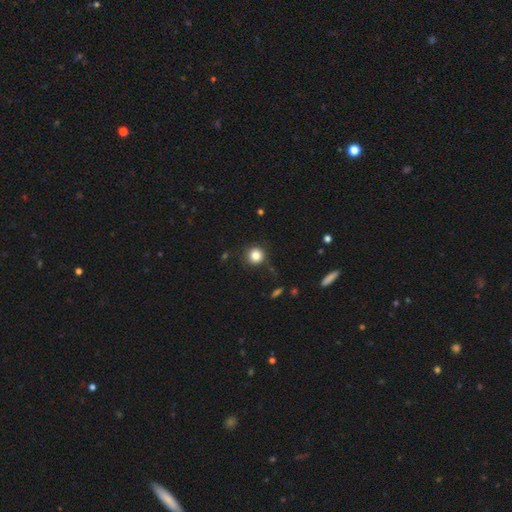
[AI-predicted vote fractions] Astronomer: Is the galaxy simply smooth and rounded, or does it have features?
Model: smooth — 83%.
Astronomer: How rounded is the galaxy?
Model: round — 93%.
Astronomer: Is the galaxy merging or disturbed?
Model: none — 82%.